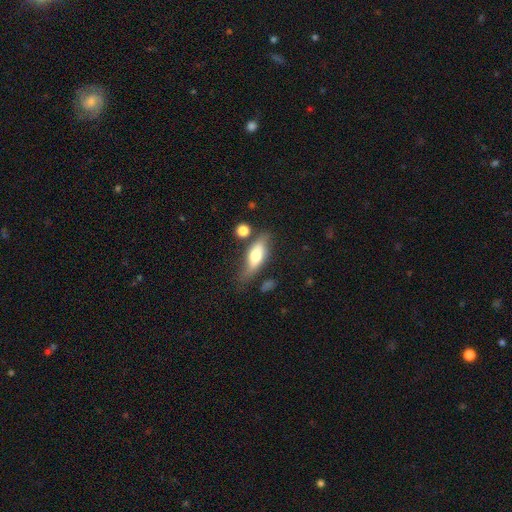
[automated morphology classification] smooth 56%, featured or disk 37%, star or artifact 7%. Down the decision tree: how rounded — in between (62%); merging — none (62%).